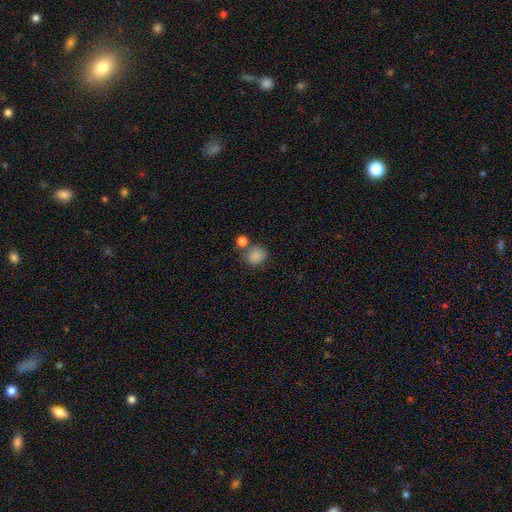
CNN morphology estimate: smooth_or_featured: smooth (p=0.85) [alt: star or artifact p=0.10]
how_rounded: round (p=0.75) [alt: in between p=0.24]
merging: none (p=0.56) [alt: merger p=0.27]